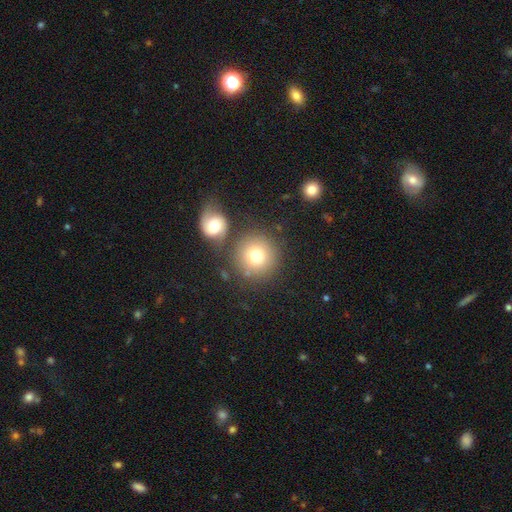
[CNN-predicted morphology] smooth 76%, featured or disk 15%, star or artifact 10%. Down the decision tree: how rounded — round (94%); merging — none (71%).